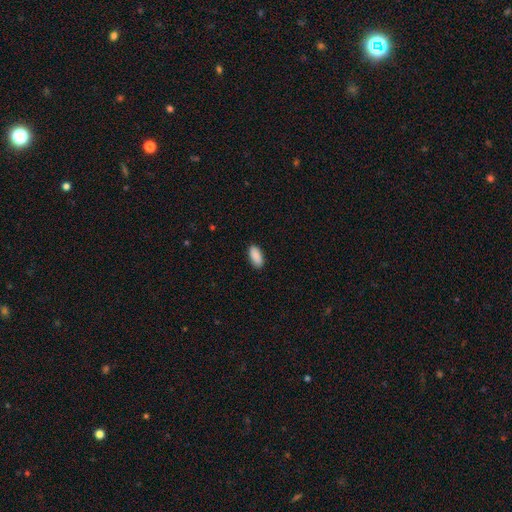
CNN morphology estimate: smooth-or-featured: smooth: 91% | star or artifact: 6% | featured or disk: 3%
  how-rounded: in between: 90% | cigar-shaped: 8% | round: 2%
  merging: none: 88% | minor disturbance: 9% | major disturbance: 2% | merger: 1%